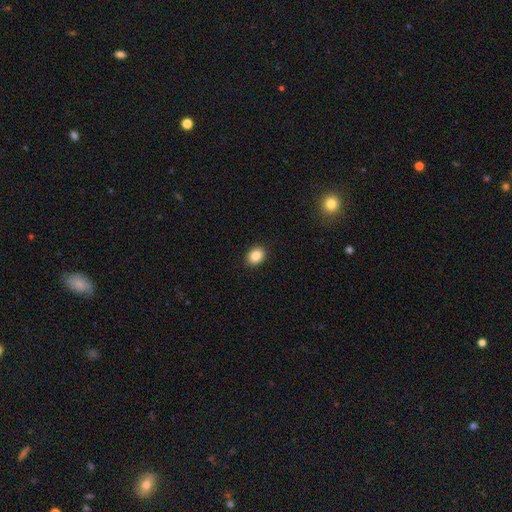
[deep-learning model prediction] Q: Smooth or featured?
A: smooth (87%); runner-up: star or artifact (9%)
Q: How rounded?
A: in between (59%); runner-up: round (40%)
Q: Merging?
A: none (91%); runner-up: minor disturbance (6%)